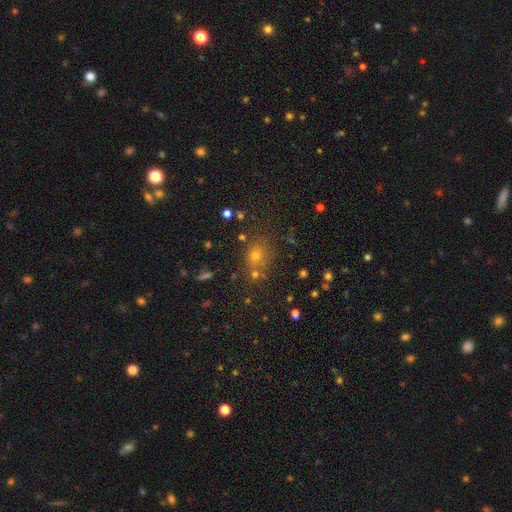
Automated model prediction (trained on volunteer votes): Smooth or featured: smooth — 59% (star or artifact — 31%)
How rounded: round — 68% (in between — 31%)
Merging: none — 72% (merger — 12%)